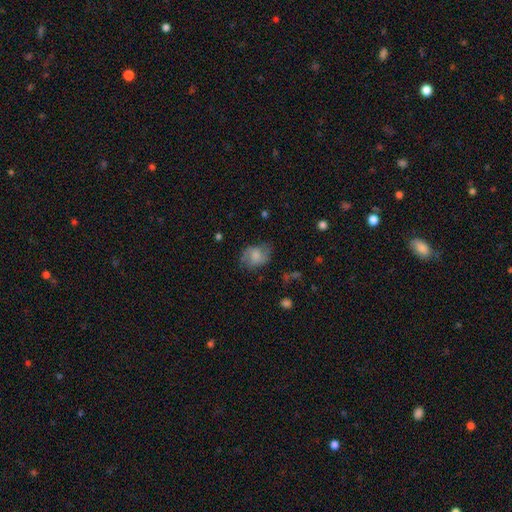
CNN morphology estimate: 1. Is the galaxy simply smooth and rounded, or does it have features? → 60% smooth, 31% featured or disk, 9% star or artifact.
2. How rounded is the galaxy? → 65% in between, 34% round, 1% cigar-shaped.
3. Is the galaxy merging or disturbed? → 59% none, 26% minor disturbance, 13% major disturbance, 2% merger.